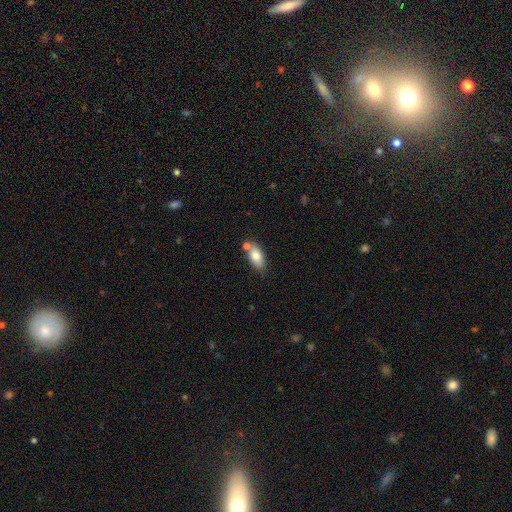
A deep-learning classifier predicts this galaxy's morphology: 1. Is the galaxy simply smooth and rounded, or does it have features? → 76% smooth, 16% featured or disk, 7% star or artifact.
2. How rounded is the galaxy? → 85% in between, 10% cigar-shaped, 5% round.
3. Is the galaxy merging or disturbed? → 60% none, 21% merger, 15% minor disturbance, 4% major disturbance.